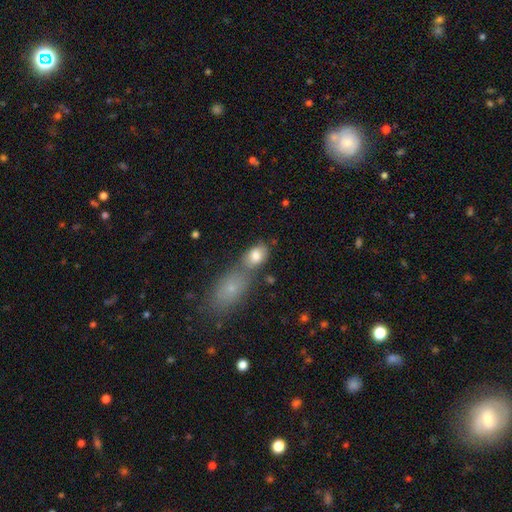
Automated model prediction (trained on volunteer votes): Smooth or featured?
  - smooth: 80% *
  - featured or disk: 11%
  - star or artifact: 9%
How rounded?
  - in between: 82% *
  - round: 15%
  - cigar-shaped: 3%
Merging?
  - merger: 43% *
  - none: 40%
  - minor disturbance: 12%
  - major disturbance: 5%